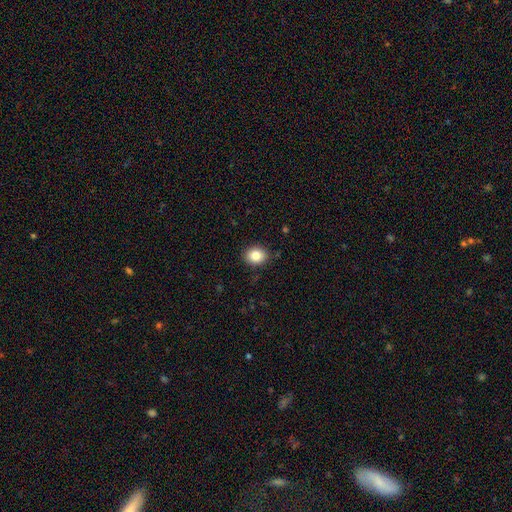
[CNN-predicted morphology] Q: Smooth or featured?
A: smooth (84%); runner-up: star or artifact (9%)
Q: How rounded?
A: round (53%); runner-up: in between (46%)
Q: Merging?
A: none (88%); runner-up: minor disturbance (9%)